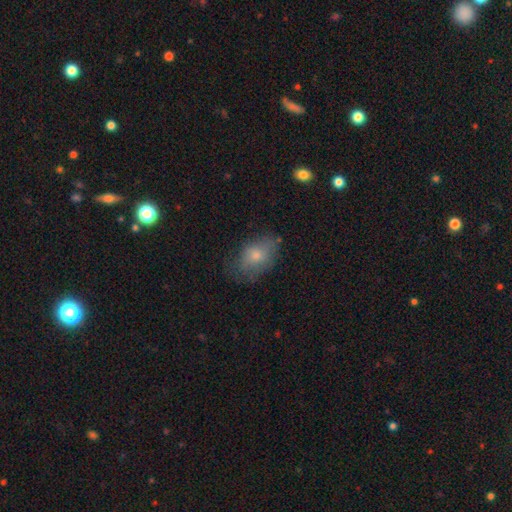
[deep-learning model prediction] Smooth or featured?
  - smooth: 69% *
  - featured or disk: 21%
  - star or artifact: 10%
How rounded?
  - in between: 84% *
  - round: 14%
  - cigar-shaped: 2%
Merging?
  - none: 63% *
  - minor disturbance: 26%
  - major disturbance: 10%
  - merger: 2%